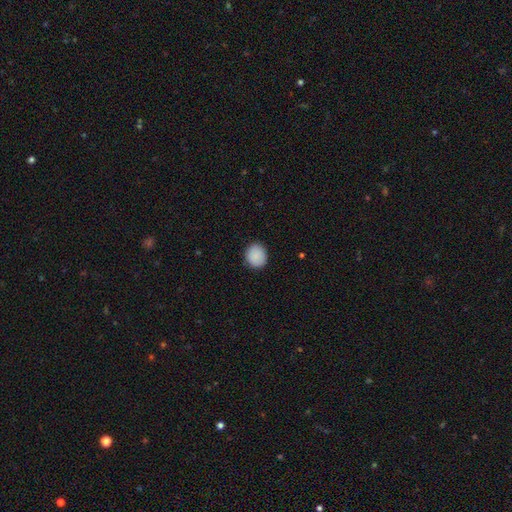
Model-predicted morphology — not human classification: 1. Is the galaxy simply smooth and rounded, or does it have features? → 89% smooth, 7% star or artifact, 4% featured or disk.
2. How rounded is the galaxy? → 75% round, 24% in between, 1% cigar-shaped.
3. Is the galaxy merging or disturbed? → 89% none, 9% minor disturbance, 2% major disturbance, 1% merger.